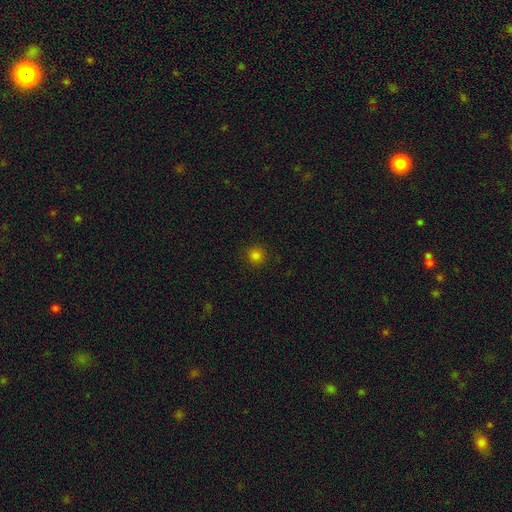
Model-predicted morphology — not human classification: Smooth or featured?
  - smooth: 81% *
  - star or artifact: 15%
  - featured or disk: 4%
How rounded?
  - round: 93% *
  - in between: 6%
  - cigar-shaped: 1%
Merging?
  - none: 91% *
  - minor disturbance: 6%
  - major disturbance: 2%
  - merger: 1%